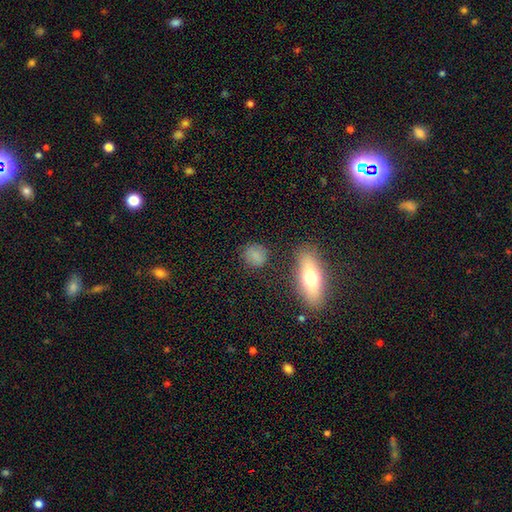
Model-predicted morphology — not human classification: This is likely a smooth galaxy (79%). How rounded: likely round (76%). Merging: likely none (77%).